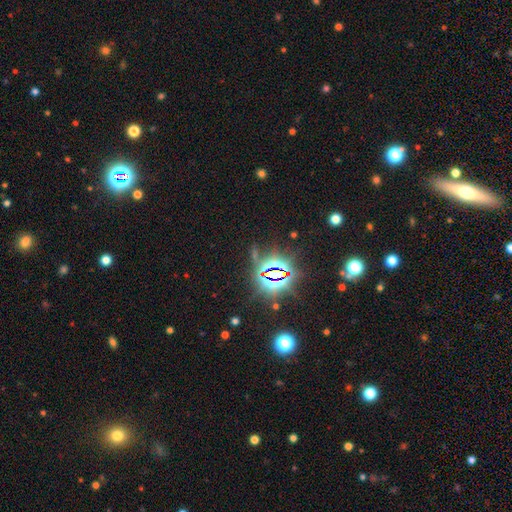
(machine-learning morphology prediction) Smooth or featured?
  - star or artifact: 83% *
  - smooth: 9%
  - featured or disk: 8%